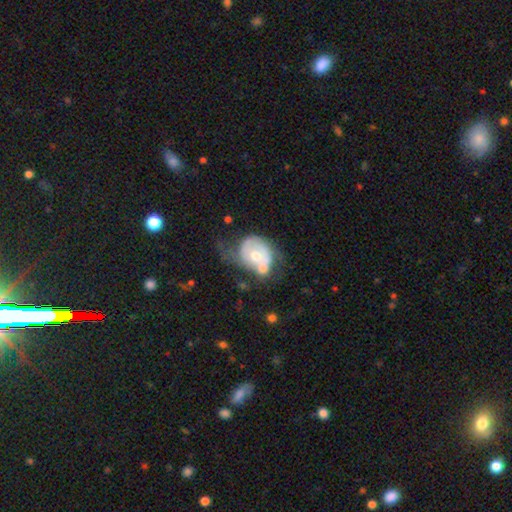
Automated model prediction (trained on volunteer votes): Morphology: type=featured or disk (59%); edge-on=no (97%); bar=no (82%); spiral arms=no (50%, tied with yes); bulge=moderate (72%); merging=major disturbance (29%).